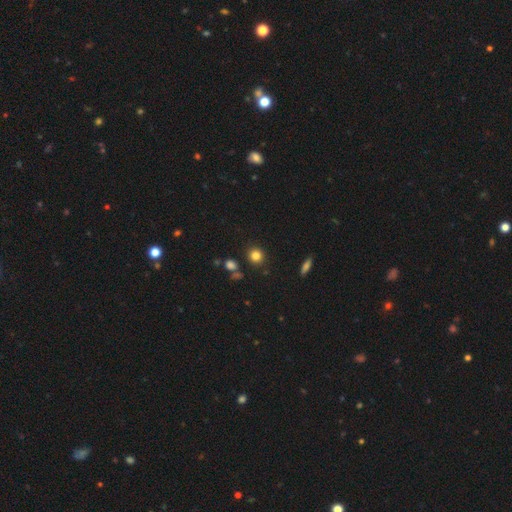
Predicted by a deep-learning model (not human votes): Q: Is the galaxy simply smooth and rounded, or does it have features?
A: smooth — 83%.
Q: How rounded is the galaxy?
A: round — 88%.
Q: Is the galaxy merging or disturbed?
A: none — 86%.